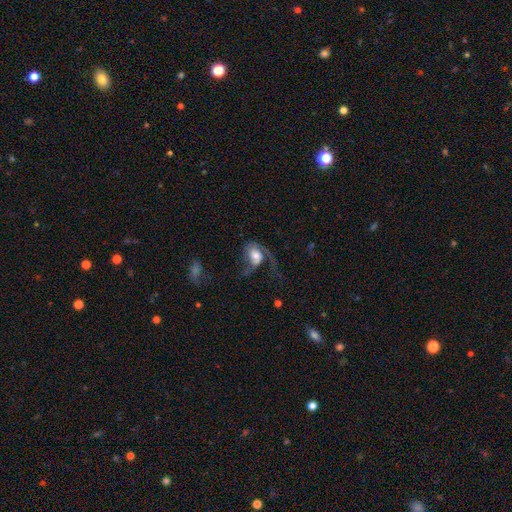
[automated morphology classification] A featured or disk galaxy (62%) with no bar (67%), spiral arms (81%) and a moderate central bulge (49%). Merging: major disturbance (55%).